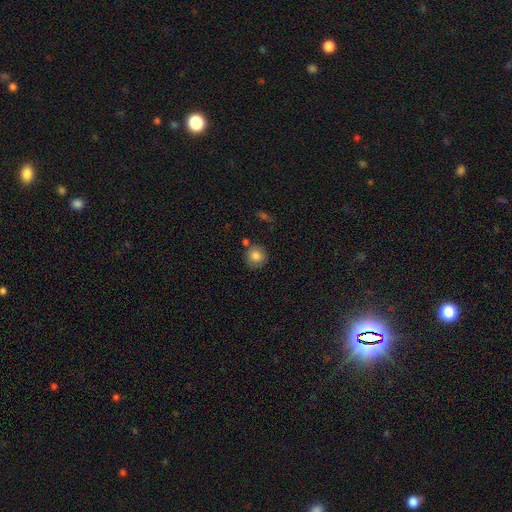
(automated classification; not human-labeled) smooth_or_featured: smooth (p=0.83) [alt: star or artifact p=0.09]
how_rounded: round (p=0.91) [alt: in between p=0.08]
merging: none (p=0.77) [alt: minor disturbance p=0.11]